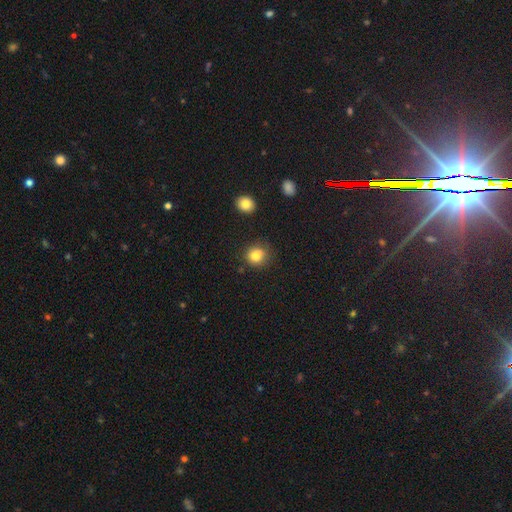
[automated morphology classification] The model was most divided on "merging": none: 76%, minor disturbance: 15%, merger: 6%, major disturbance: 4%. More confident: how rounded — round (83%); smooth or featured — smooth (81%).